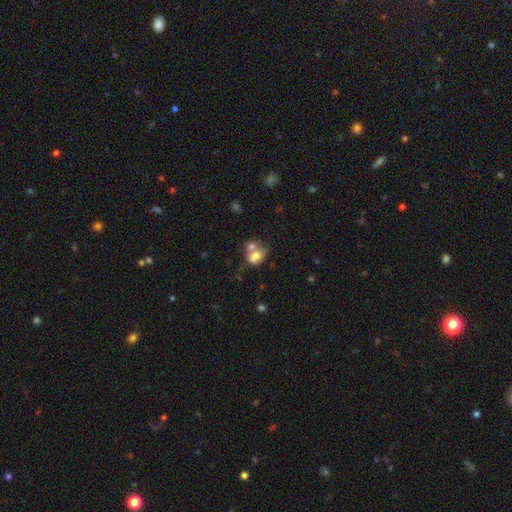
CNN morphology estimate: This is likely a smooth galaxy (68%). How rounded: possibly in between (60%). Merging: likely merger (61%).